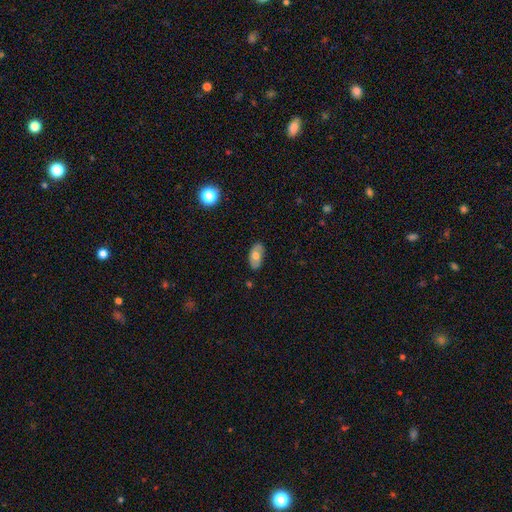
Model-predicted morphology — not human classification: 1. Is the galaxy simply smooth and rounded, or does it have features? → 62% smooth, 31% featured or disk, 7% star or artifact.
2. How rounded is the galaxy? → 93% in between, 4% round, 3% cigar-shaped.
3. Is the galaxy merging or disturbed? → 81% none, 15% minor disturbance, 3% major disturbance, 1% merger.